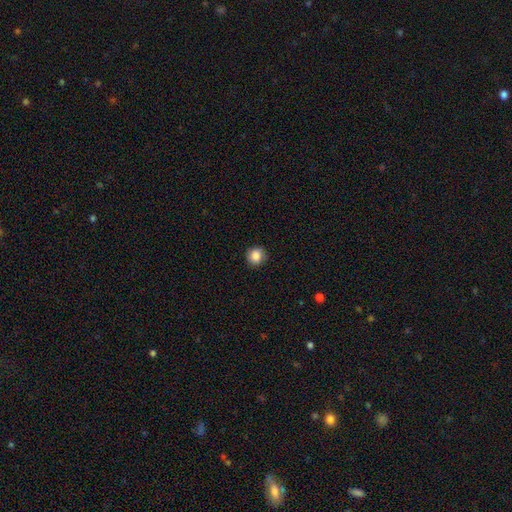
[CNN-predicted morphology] type=smooth (87%); roundness=round (89%); merging=none (89%).